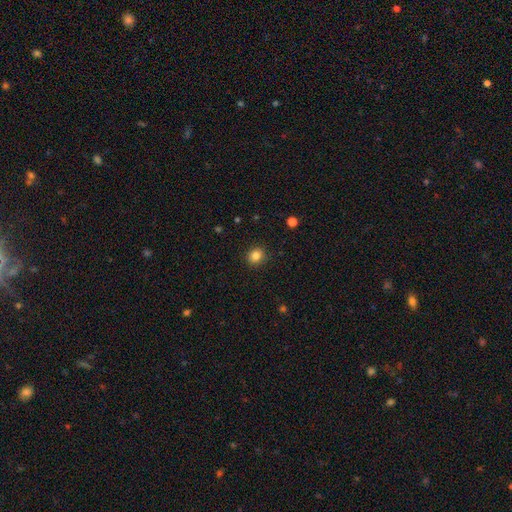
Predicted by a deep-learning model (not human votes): Smooth or featured? Predicted: smooth (p=0.83). How rounded? Predicted: round (p=0.84). Merging? Predicted: none (p=0.90).